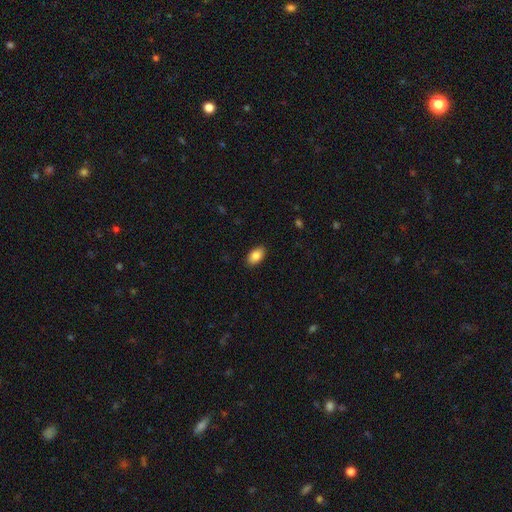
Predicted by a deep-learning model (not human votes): A smooth galaxy with no disk features (87%) that is in between round and cigar-shaped (93%).

Vote fractions:
- Smooth or featured? smooth: 87% / star or artifact: 7% / featured or disk: 6%
- How rounded? in between: 93% / round: 6% / cigar-shaped: 2%
- Merging? none: 89% / minor disturbance: 8% / major disturbance: 2% / merger: 1%